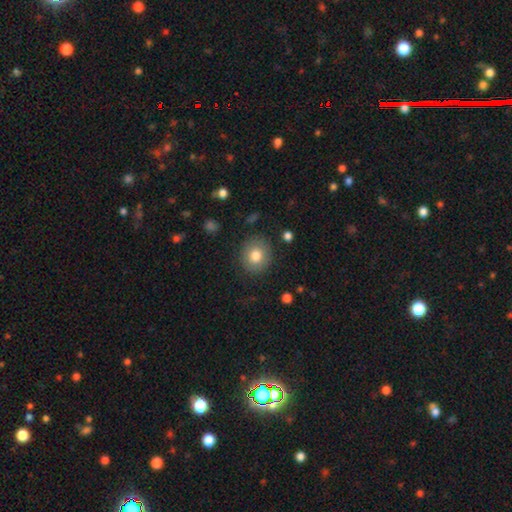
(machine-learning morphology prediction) This appears to be a smooth galaxy with no disk features (78%) that is round (79%). Merging: none (86%).